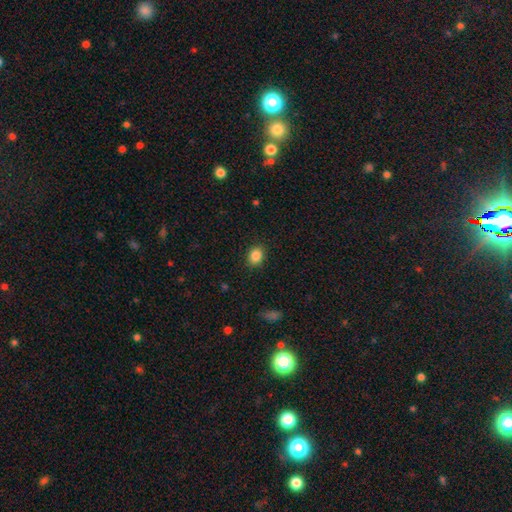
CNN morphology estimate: Smooth or featured? Predicted: smooth (p=0.86). How rounded? Predicted: in between (p=0.55). Merging? Predicted: none (p=0.88).